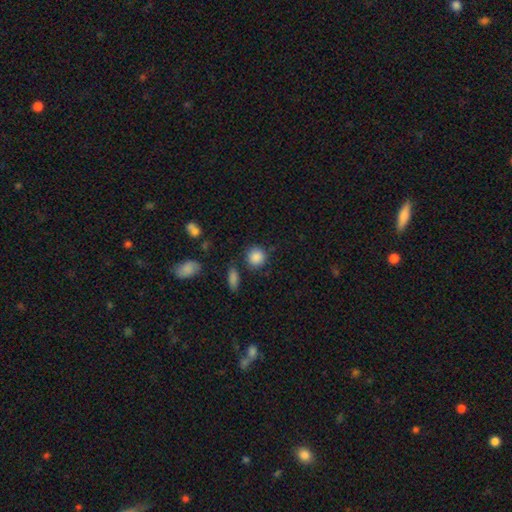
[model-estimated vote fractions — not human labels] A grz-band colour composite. It shows a smooth galaxy with no disk features (87%) that is round (86%). Merging: none (79%).